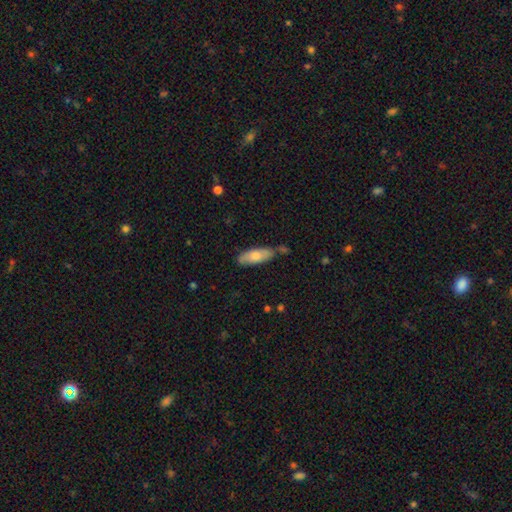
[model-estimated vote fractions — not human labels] smooth-or-featured: smooth: 71% | featured or disk: 23% | star or artifact: 6%
  how-rounded: in between: 67% | cigar-shaped: 31% | round: 2%
  merging: none: 66% | minor disturbance: 20% | merger: 9% | major disturbance: 4%